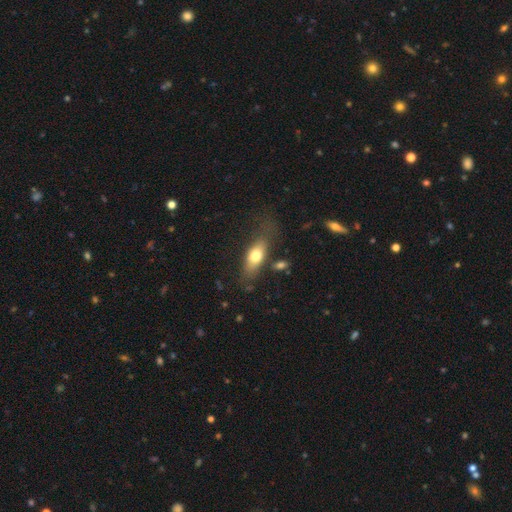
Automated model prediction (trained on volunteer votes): Smooth or featured? Predicted: smooth (p=0.70). How rounded? Predicted: in between (p=0.74). Merging? Predicted: none (p=0.61).